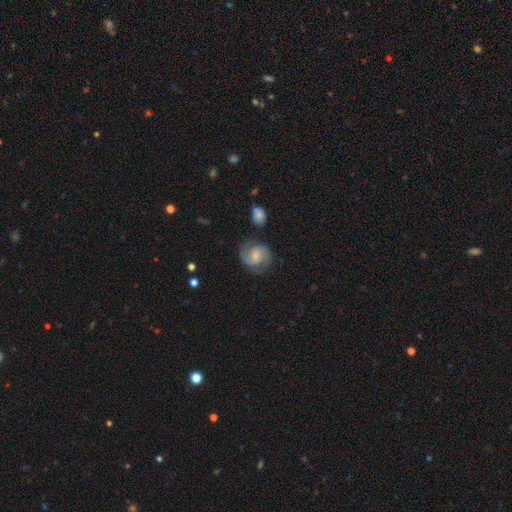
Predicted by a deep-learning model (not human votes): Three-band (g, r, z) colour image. It shows a featured or disk galaxy (72%) with a weak bar (48%), 2 (81%) medium (50%) spiral arms (94%) and a small central bulge (56%). Merging: none (71%).